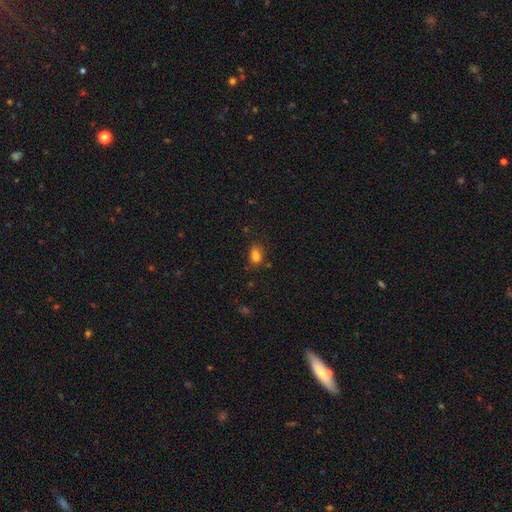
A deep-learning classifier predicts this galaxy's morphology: Smooth or featured? smooth (79%)
How rounded? in between (80%)
Merging? none (65%)